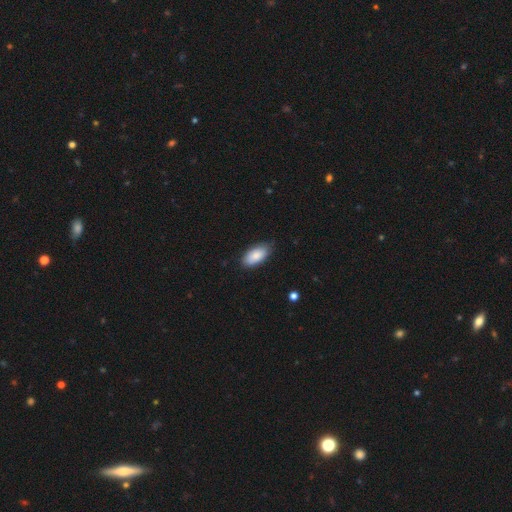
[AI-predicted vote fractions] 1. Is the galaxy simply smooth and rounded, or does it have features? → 84% smooth, 9% featured or disk, 6% star or artifact.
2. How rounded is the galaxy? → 93% in between, 4% cigar-shaped, 2% round.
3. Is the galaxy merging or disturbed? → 76% none, 20% minor disturbance, 3% major disturbance, 1% merger.